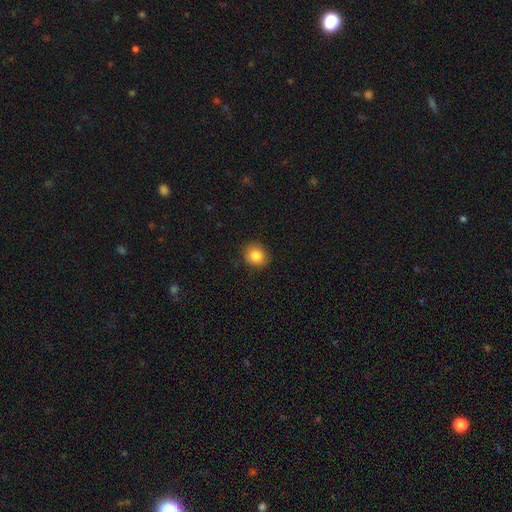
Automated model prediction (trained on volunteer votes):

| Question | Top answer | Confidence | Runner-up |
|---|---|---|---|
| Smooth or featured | smooth | 84% | star or artifact (10%) |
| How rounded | round | 78% | in between (21%) |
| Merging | none | 88% | minor disturbance (9%) |